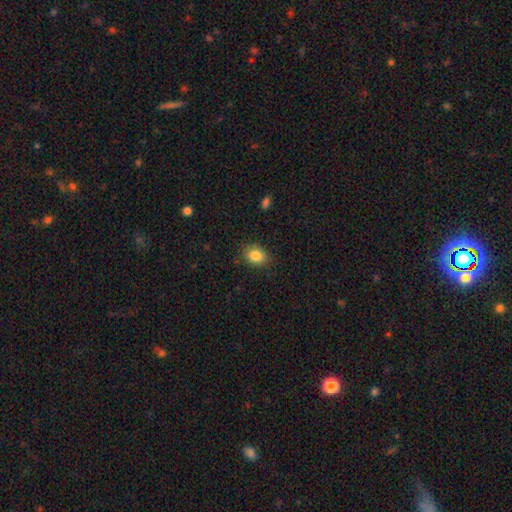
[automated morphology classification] type=smooth (85%); roundness=in between (63%); merging=none (86%).